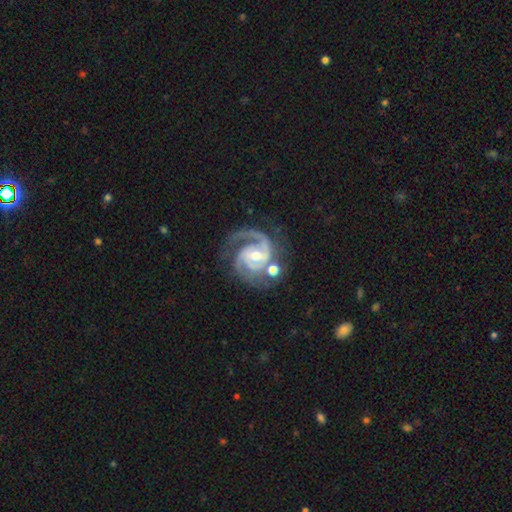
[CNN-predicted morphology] Q: Smooth or featured?
A: featured or disk (92%); runner-up: star or artifact (4%)
Q: Edge-on disk?
A: no (98%); runner-up: yes (2%)
Q: Bar?
A: weak (46%); runner-up: no (30%)
Q: Spiral arms?
A: yes (98%); runner-up: no (2%)
Q: Spiral winding?
A: tight (46%); tied with: medium (46%)
Q: Spiral arm count?
A: 2 (52%); runner-up: 3 (31%)
Q: Bulge size?
A: moderate (54%); runner-up: small (42%)
Q: Merging?
A: none (56%); runner-up: minor disturbance (18%)